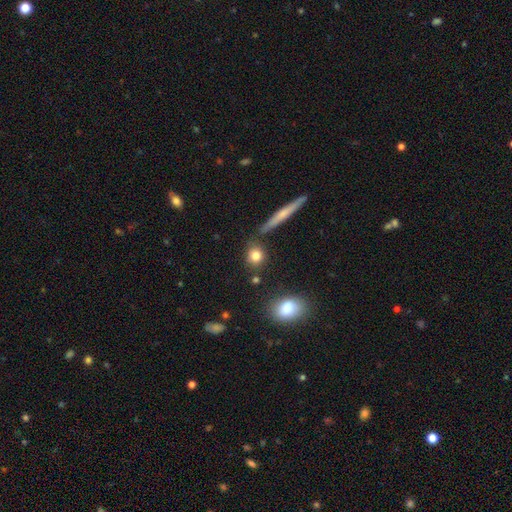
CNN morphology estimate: smooth_or_featured: smooth (p=0.81) [alt: star or artifact p=0.10]
how_rounded: round (p=0.74) [alt: in between p=0.21]
merging: none (p=0.79) [alt: minor disturbance p=0.11]